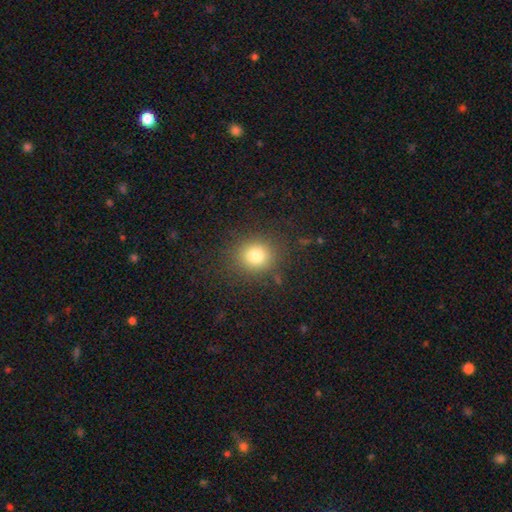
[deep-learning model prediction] A smooth galaxy with no disk features (78%) that is round (84%). Merging: none (86%).